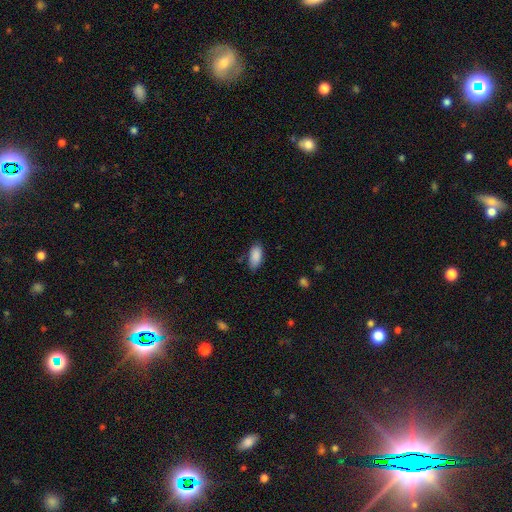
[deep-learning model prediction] Morphology: type=smooth (89%); roundness=in between (92%); merging=none (80%).